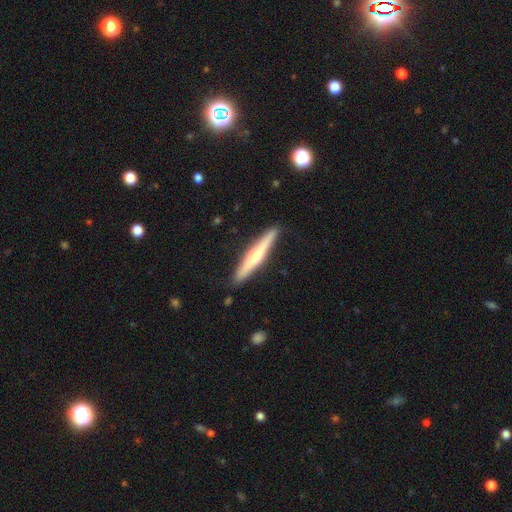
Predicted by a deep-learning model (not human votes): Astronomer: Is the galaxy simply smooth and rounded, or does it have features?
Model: featured or disk — 55% (runner-up: smooth, 40%).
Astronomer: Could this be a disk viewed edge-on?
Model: yes — 97%.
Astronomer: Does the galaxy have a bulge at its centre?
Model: rounded — 76%.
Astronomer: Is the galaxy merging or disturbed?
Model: none — 89%.